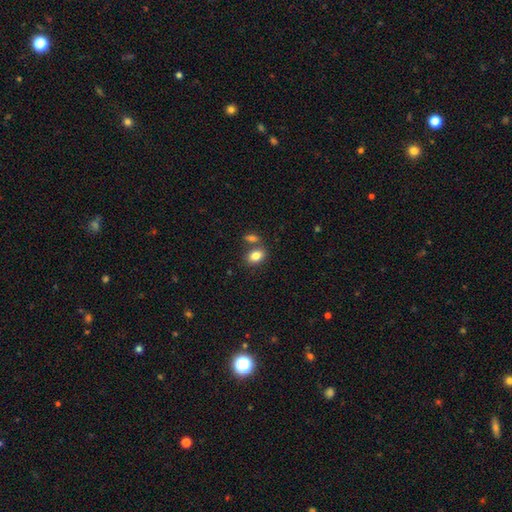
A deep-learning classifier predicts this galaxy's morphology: smooth 83%, star or artifact 9%, featured or disk 8%. Down the decision tree: how rounded — in between (81%); merging — none (62%).